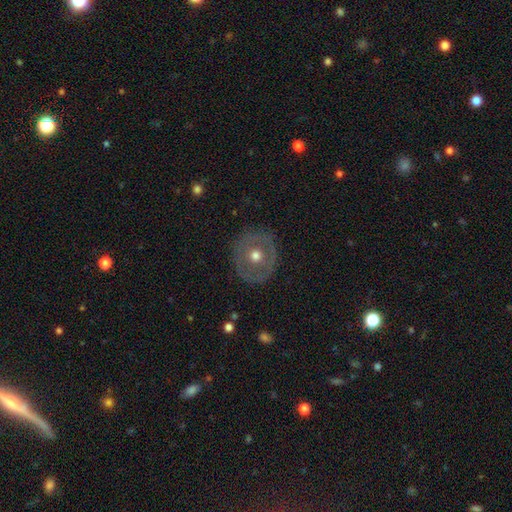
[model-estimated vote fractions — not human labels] Overall: featured or disk (48%; smooth 45%). Merging: none (84%).